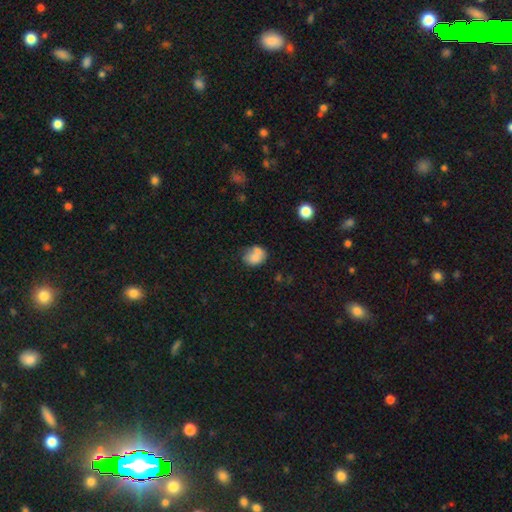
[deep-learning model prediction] smooth_or_featured: smooth (p=0.73) [alt: featured or disk p=0.18]
how_rounded: in between (p=0.54) [alt: round p=0.45]
merging: merger (p=0.40) [alt: none p=0.36]